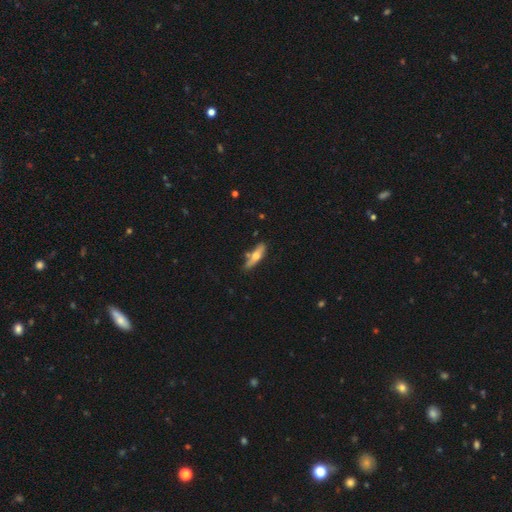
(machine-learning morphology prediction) Smooth or featured? Predicted: smooth (p=0.51). How rounded? Predicted: cigar-shaped (p=0.65). Merging? Predicted: none (p=0.67).